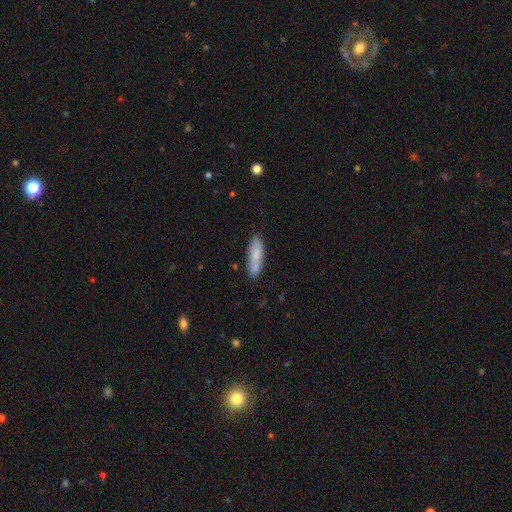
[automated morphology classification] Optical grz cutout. It shows a smooth galaxy with no disk features (77%) that is cigar-shaped (62%). Merging: none (73%).